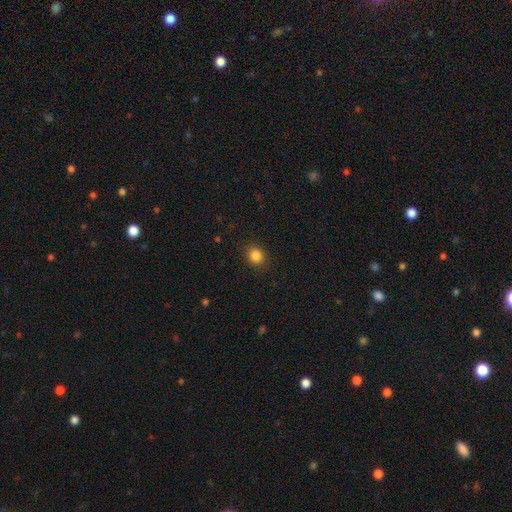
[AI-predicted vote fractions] Morphology: type=smooth (85%); roundness=round (76%); merging=none (90%).